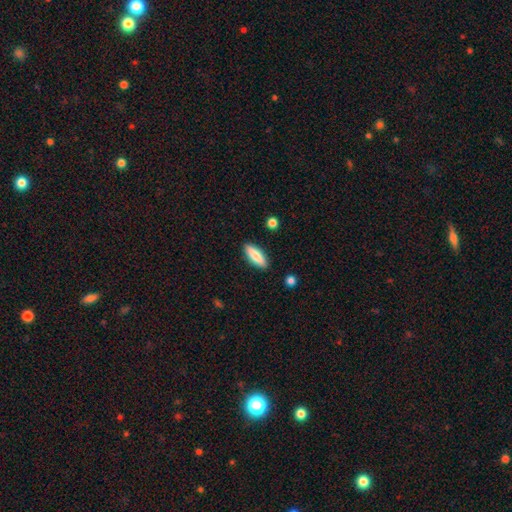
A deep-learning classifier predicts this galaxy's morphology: The model was most divided on "how rounded": in between: 57%, cigar-shaped: 41%, round: 2%. More confident: merging — none (89%); smooth or featured — smooth (79%).